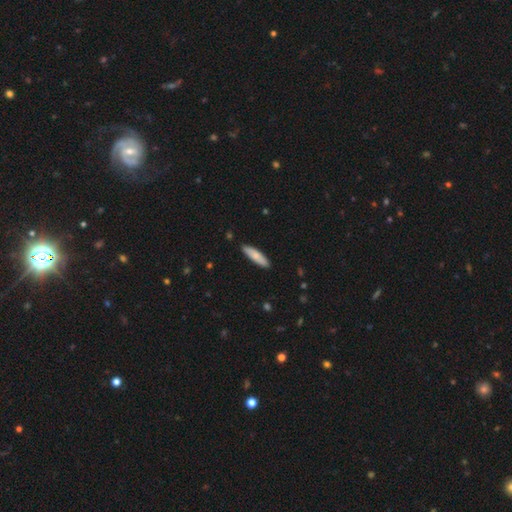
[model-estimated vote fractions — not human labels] A smooth galaxy with no disk features (78%) that is cigar-shaped (70%). Merging: none (89%).